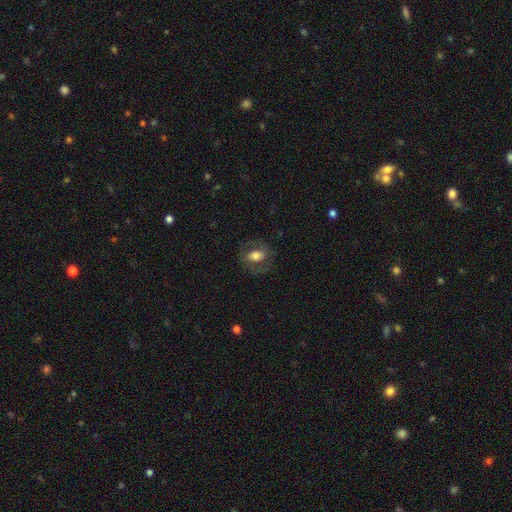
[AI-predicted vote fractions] Smooth or featured?
  - smooth: 54% *
  - featured or disk: 39%
  - star or artifact: 7%
How rounded?
  - in between: 60% *
  - round: 38%
  - cigar-shaped: 2%
Merging?
  - none: 75% *
  - minor disturbance: 14%
  - major disturbance: 10%
  - merger: 1%